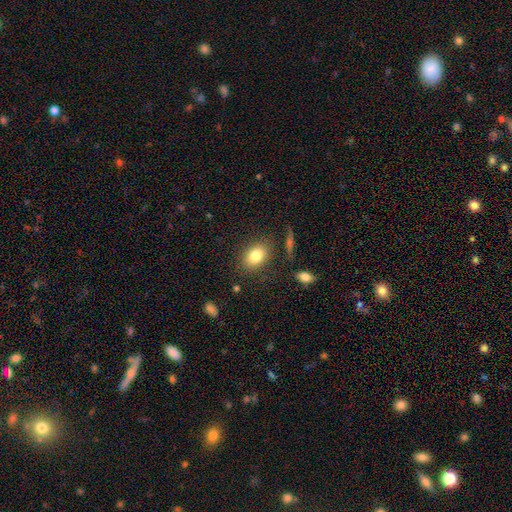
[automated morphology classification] smooth 82%, featured or disk 10%, star or artifact 9%. Down the decision tree: how rounded — in between (78%); merging — none (83%).